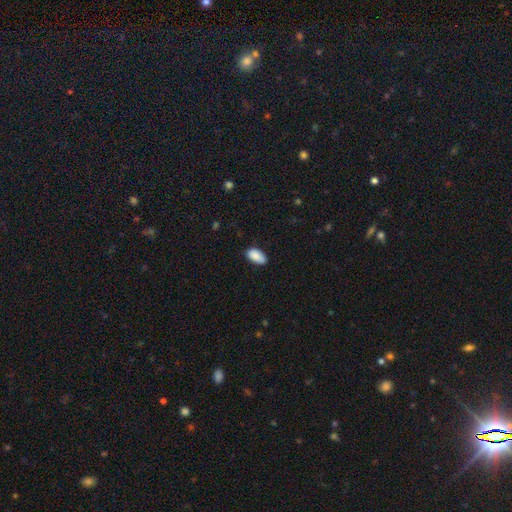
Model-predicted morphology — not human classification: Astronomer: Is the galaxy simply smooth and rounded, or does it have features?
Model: smooth — 89%.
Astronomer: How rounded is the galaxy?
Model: in between — 95%.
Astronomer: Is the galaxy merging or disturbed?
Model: none — 78%.